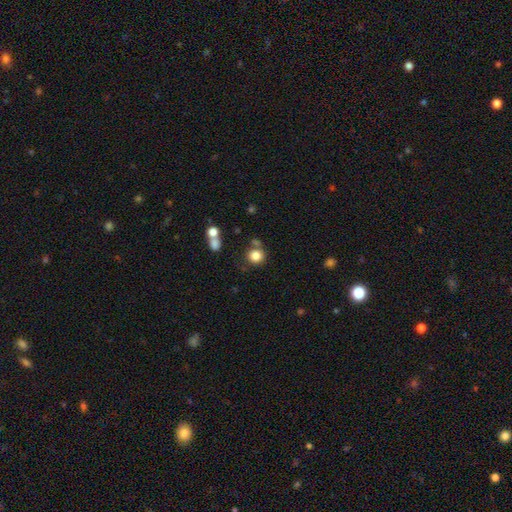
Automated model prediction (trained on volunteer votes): Smooth or featured? Predicted: smooth (p=0.83). How rounded? Predicted: round (p=0.89). Merging? Predicted: none (p=0.69).